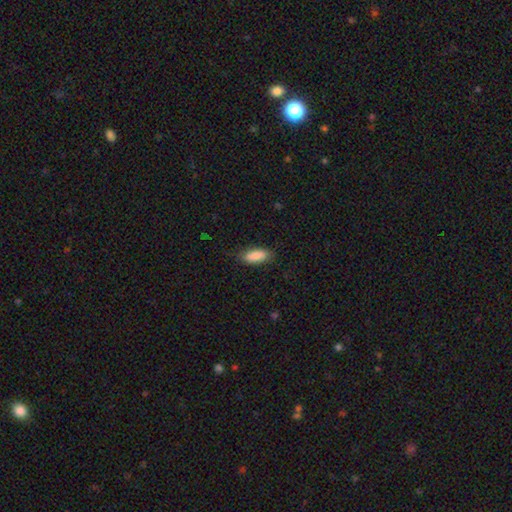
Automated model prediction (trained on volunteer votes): This is clearly a smooth galaxy (88%). How rounded: likely in between (76%). Merging: clearly none (80%).